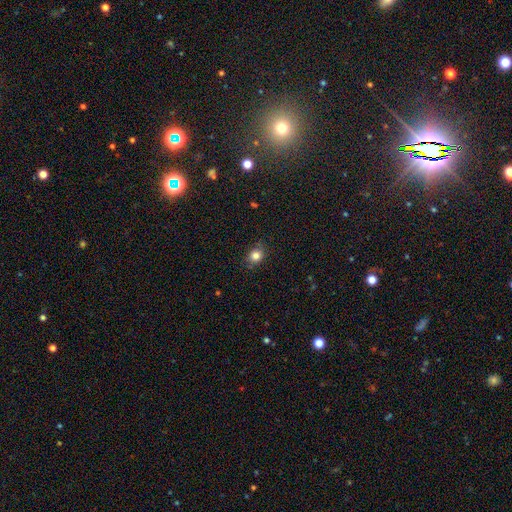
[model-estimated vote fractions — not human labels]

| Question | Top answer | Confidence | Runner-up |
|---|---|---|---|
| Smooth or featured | smooth | 82% | star or artifact (11%) |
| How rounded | round | 65% | in between (34%) |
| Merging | none | 81% | minor disturbance (15%) |